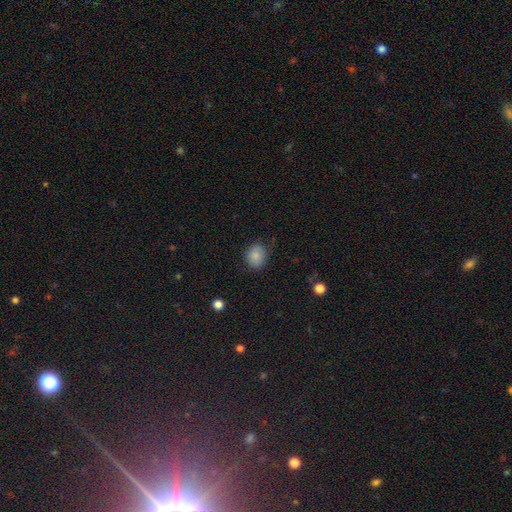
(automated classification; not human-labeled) Morphology: type=smooth (85%); roundness=round (57%); merging=none (78%).